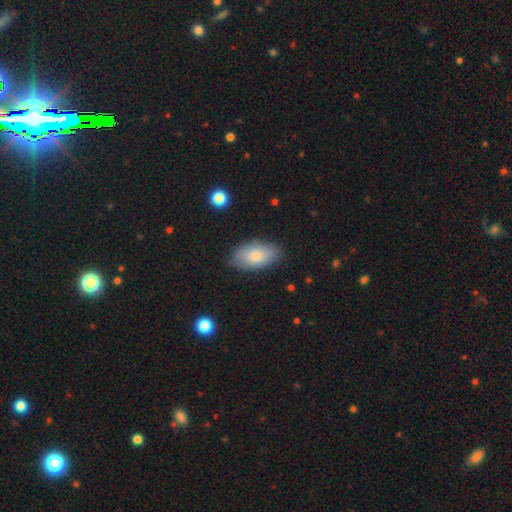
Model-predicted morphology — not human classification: Smooth or featured? smooth (78%)
How rounded? in between (94%)
Merging? none (81%)